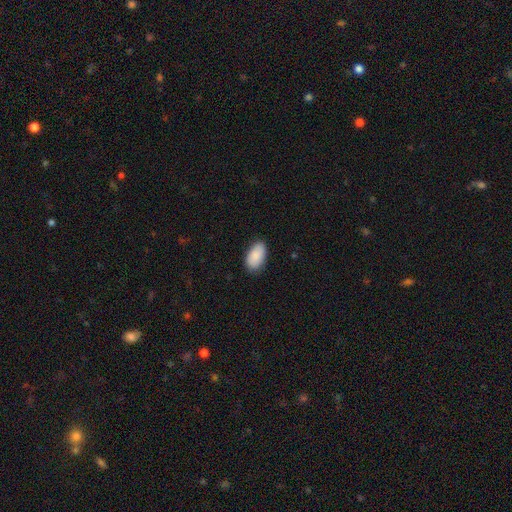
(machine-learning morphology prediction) Overall: smooth (89%). How rounded: in between (95%). Merging: none (85%).